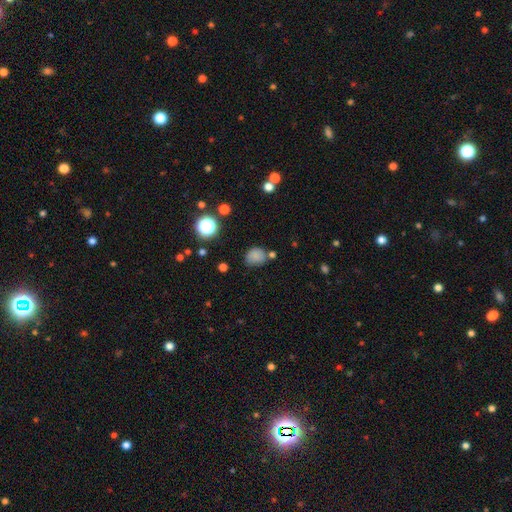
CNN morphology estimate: A smooth galaxy with no disk features (78%) that is round (67%).

Vote fractions:
- Smooth or featured? smooth: 78% / star or artifact: 15% / featured or disk: 7%
- How rounded? round: 67% / in between: 32% / cigar-shaped: 1%
- Merging? none: 65% / minor disturbance: 21% / merger: 8% / major disturbance: 6%